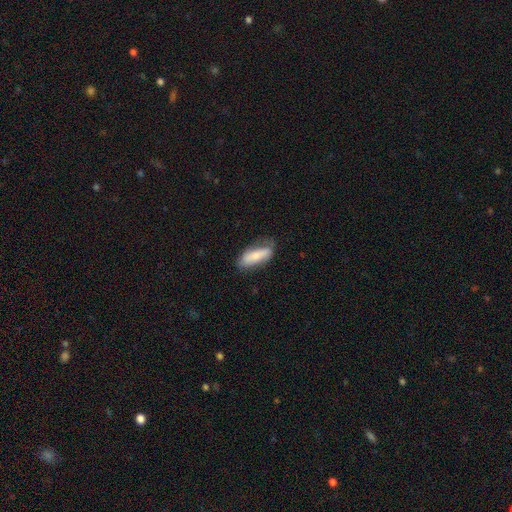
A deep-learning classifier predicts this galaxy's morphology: smooth 73%, featured or disk 21%, star or artifact 6%. Down the decision tree: how rounded — in between (61%); merging — none (63%).